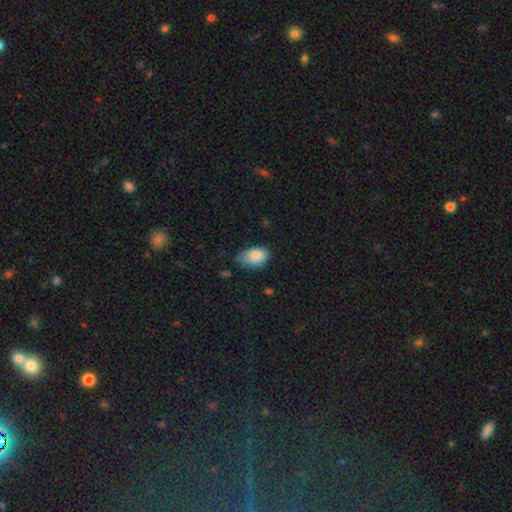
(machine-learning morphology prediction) Smooth or featured? smooth (86%)
How rounded? in between (89%)
Merging? none (56%)